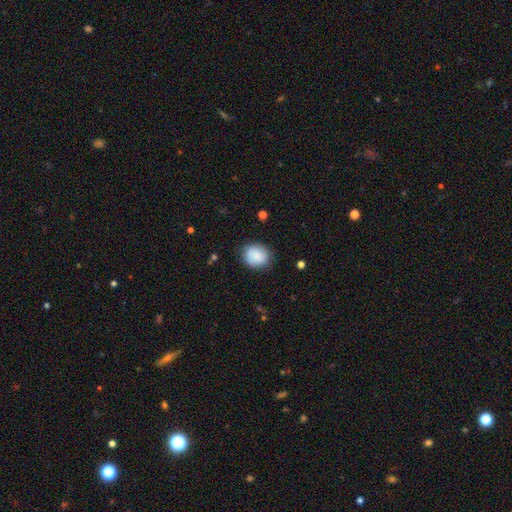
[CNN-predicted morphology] A smooth galaxy with no disk features (78%) that is round (69%).

Vote fractions:
- Smooth or featured? smooth: 78% / featured or disk: 15% / star or artifact: 8%
- How rounded? round: 69% / in between: 31% / cigar-shaped: 1%
- Merging? none: 80% / minor disturbance: 15% / major disturbance: 4% / merger: 1%